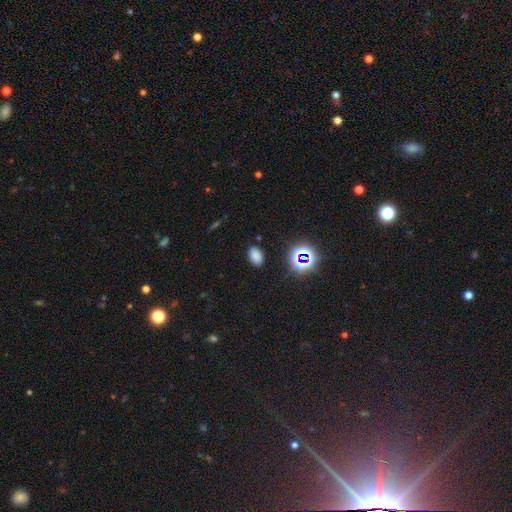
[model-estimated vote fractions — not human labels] Smooth or featured: smooth — 74% (star or artifact — 21%)
How rounded: in between — 88% (round — 10%)
Merging: none — 86% (minor disturbance — 10%)